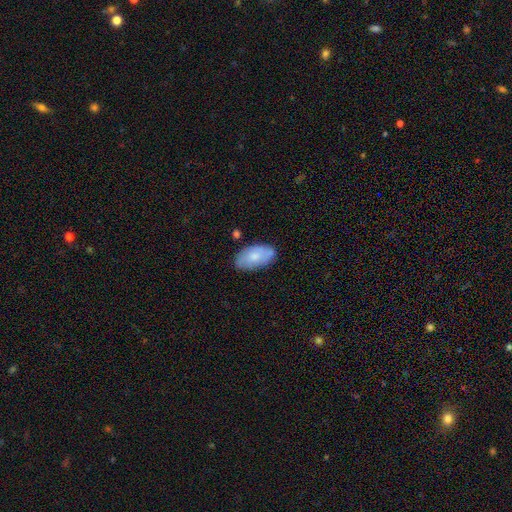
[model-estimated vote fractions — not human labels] Overall: smooth (71%). How rounded: in between (94%). Merging: none (74%).